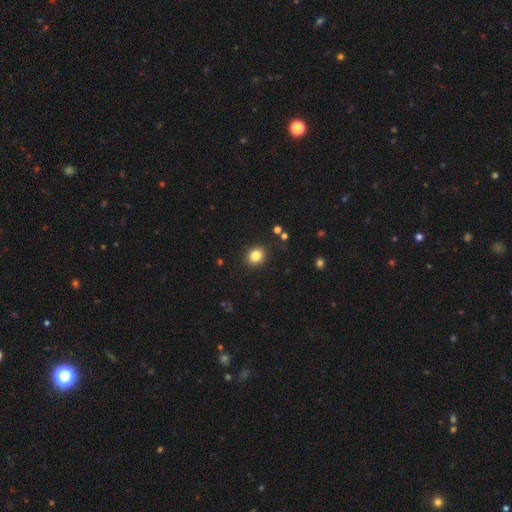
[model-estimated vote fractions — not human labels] Smooth or featured?
  - smooth: 83% *
  - star or artifact: 11%
  - featured or disk: 6%
How rounded?
  - round: 65% *
  - in between: 34%
  - cigar-shaped: 1%
Merging?
  - none: 89% *
  - minor disturbance: 7%
  - major disturbance: 2%
  - merger: 1%